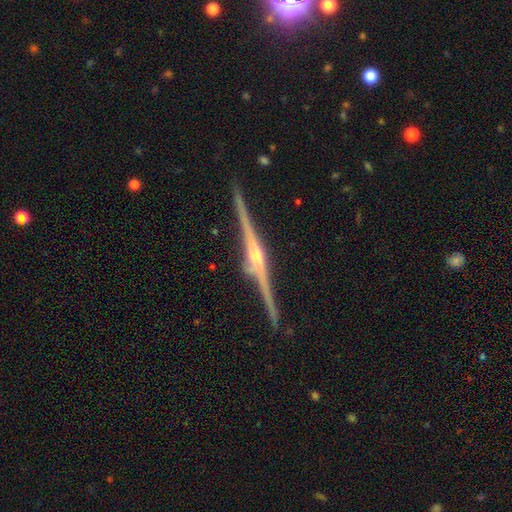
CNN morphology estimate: A featured or disk galaxy (92%) viewed edge-on (99%) with a rounded central bulge (84%). Merging: none (91%).